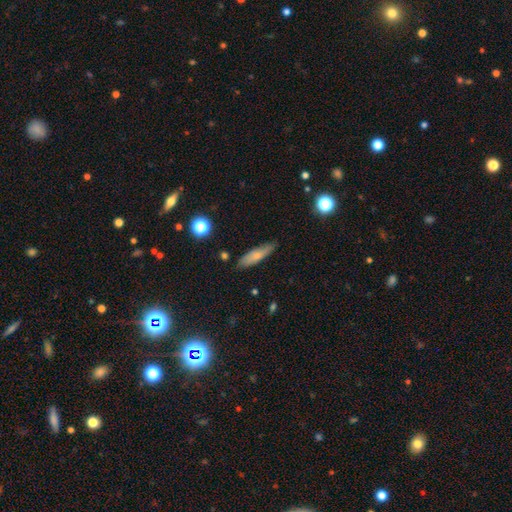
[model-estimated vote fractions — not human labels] Smooth or featured? smooth (69%)
How rounded? cigar-shaped (66%)
Merging? none (80%)